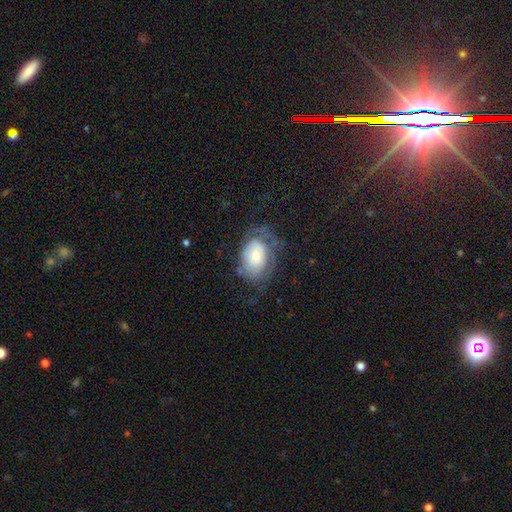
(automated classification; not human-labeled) smooth_or_featured: smooth (p=0.50) [alt: featured or disk p=0.42]
how_rounded: in between (p=0.79) [alt: round p=0.20]
merging: none (p=0.45) [alt: minor disturbance p=0.28]